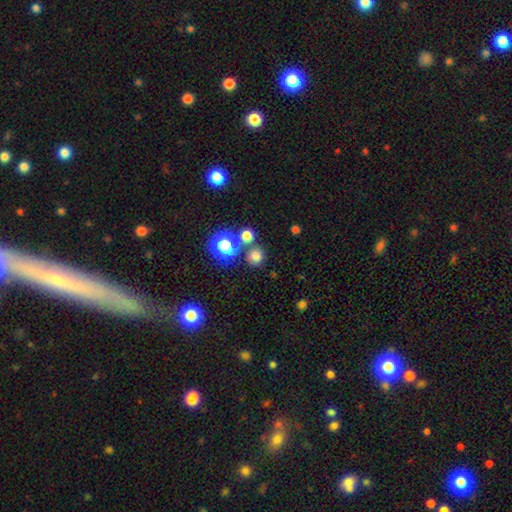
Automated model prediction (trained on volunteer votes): smooth_or_featured: smooth (p=0.74) [alt: star or artifact p=0.20]
how_rounded: round (p=0.89) [alt: in between p=0.10]
merging: none (p=0.74) [alt: merger p=0.14]